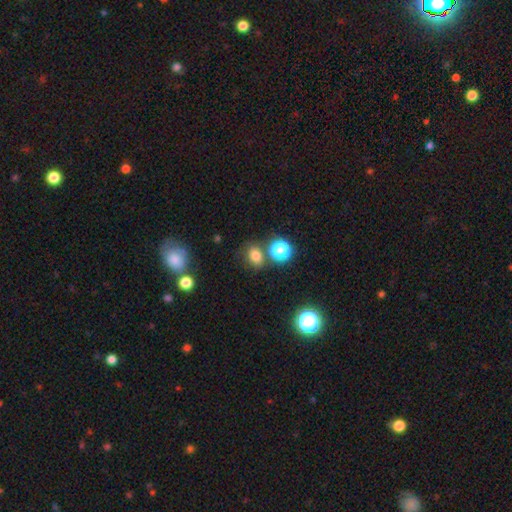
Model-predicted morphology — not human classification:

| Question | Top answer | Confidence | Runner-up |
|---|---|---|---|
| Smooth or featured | smooth | 76% | star or artifact (17%) |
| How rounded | round | 51% | in between (48%) |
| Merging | none | 70% | merger (13%) |